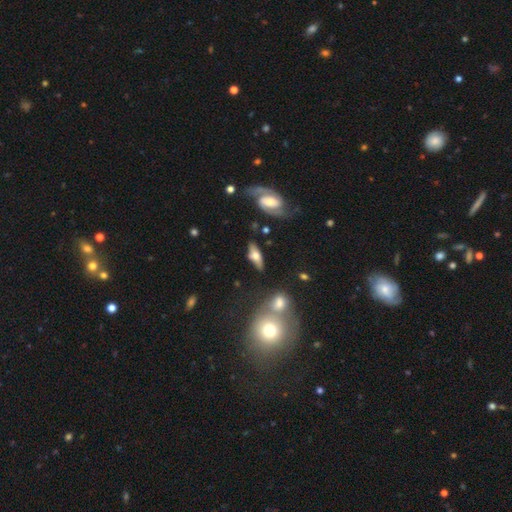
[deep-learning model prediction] A featured or disk galaxy (49%).

Vote fractions:
- Smooth or featured? featured or disk: 49% / smooth: 43% / star or artifact: 8%
- Merging? none: 71% / minor disturbance: 17% / major disturbance: 6% / merger: 6%